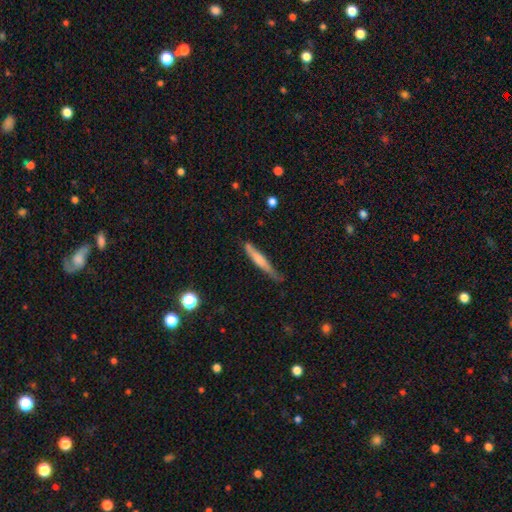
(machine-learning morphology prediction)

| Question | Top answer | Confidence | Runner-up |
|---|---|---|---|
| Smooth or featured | featured or disk | 48% | smooth (45%) |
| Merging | none | 76% | minor disturbance (18%) |